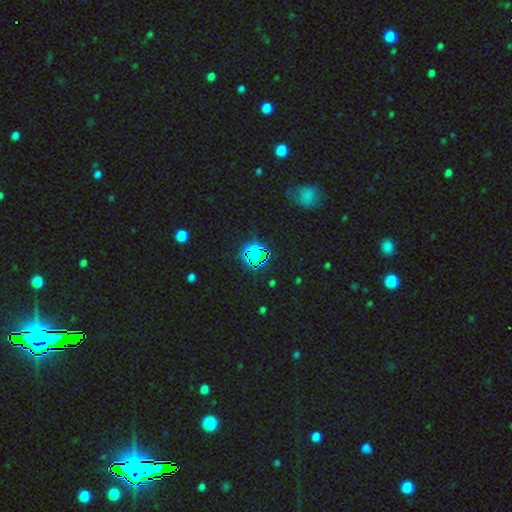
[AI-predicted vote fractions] This is likely a star or artifact rather than a galaxy (70%).